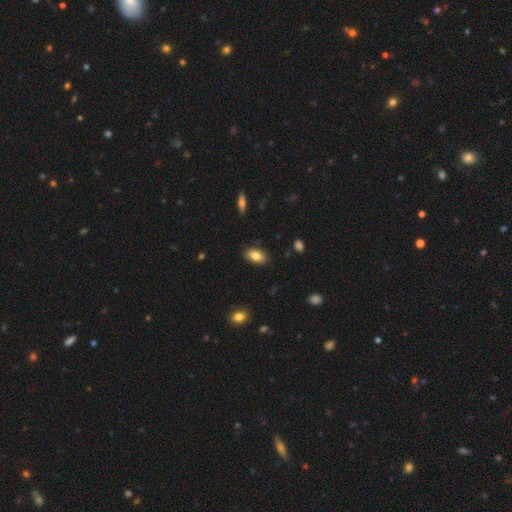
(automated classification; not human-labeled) smooth 84%, featured or disk 9%, star or artifact 7%. Down the decision tree: how rounded — in between (91%); merging — none (86%).